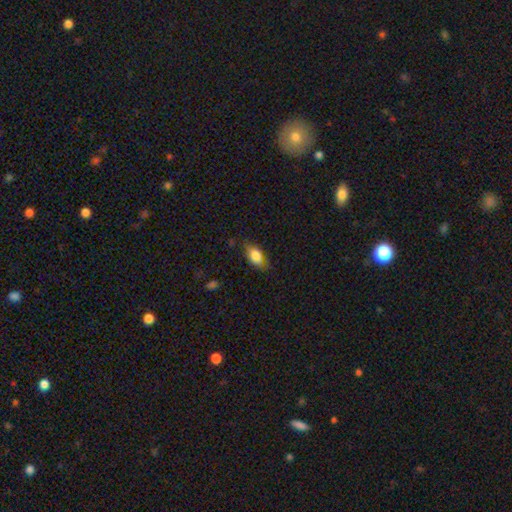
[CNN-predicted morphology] Smooth or featured: smooth — 80% (featured or disk — 13%)
How rounded: in between — 88% (round — 6%)
Merging: none — 73% (minor disturbance — 21%)